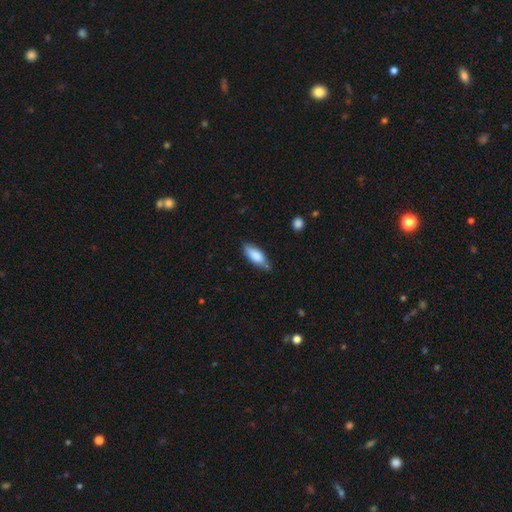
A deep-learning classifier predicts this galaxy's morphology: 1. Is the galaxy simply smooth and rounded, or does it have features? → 80% smooth, 15% featured or disk, 6% star or artifact.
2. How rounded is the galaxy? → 70% in between, 28% cigar-shaped, 2% round.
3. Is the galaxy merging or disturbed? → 70% none, 24% minor disturbance, 4% major disturbance, 2% merger.